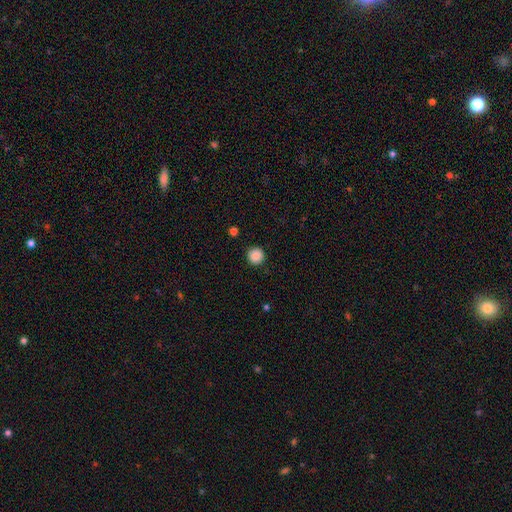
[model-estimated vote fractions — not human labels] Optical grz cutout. It shows a smooth galaxy with no disk features (87%) that is round (95%). Merging: none (92%).